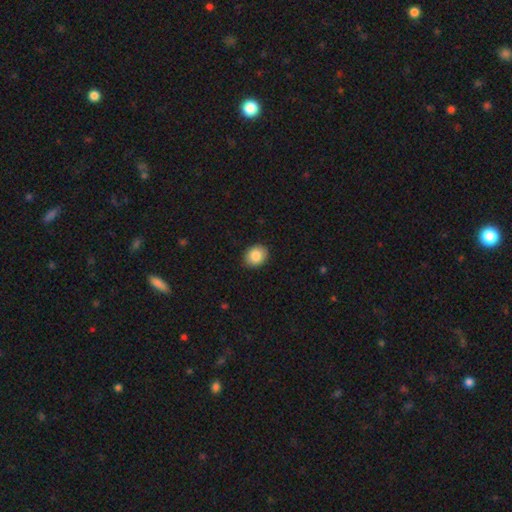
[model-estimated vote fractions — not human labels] Q: Smooth or featured?
A: smooth (86%); runner-up: star or artifact (8%)
Q: How rounded?
A: round (54%); runner-up: in between (45%)
Q: Merging?
A: none (89%); runner-up: minor disturbance (8%)